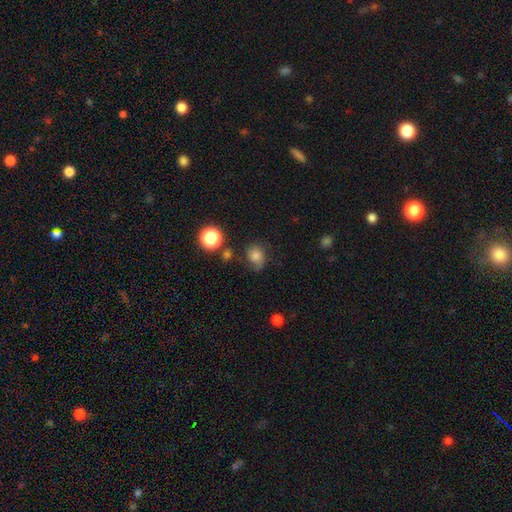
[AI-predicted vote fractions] smooth-or-featured: smooth: 72% | featured or disk: 14% | star or artifact: 14%
  how-rounded: round: 62% | in between: 37% | cigar-shaped: 1%
  merging: none: 55% | minor disturbance: 28% | major disturbance: 13% | merger: 4%